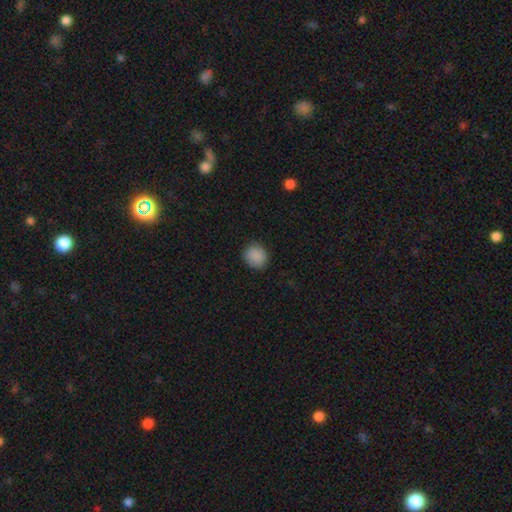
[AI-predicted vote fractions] This appears to be a smooth galaxy with no disk features (88%) that is round (77%). Merging: none (86%).